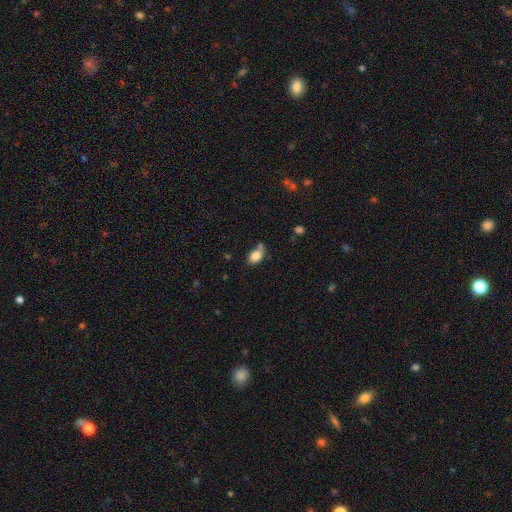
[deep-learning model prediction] The model was most divided on "merging": none: 53%, minor disturbance: 23%, merger: 16%, major disturbance: 8%. More confident: smooth or featured — smooth (83%); how rounded — in between (80%).